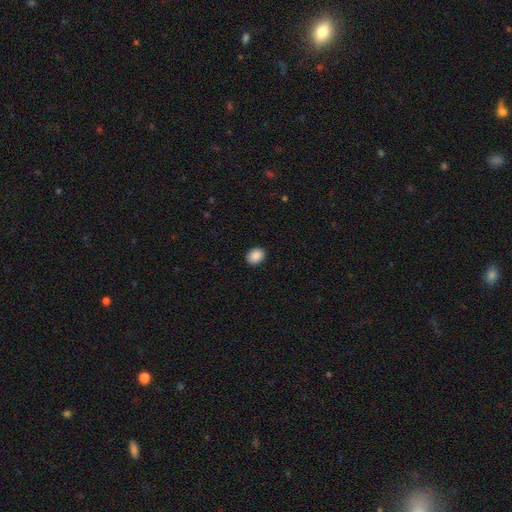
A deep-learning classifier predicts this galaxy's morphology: Smooth or featured?
  - smooth: 89% *
  - star or artifact: 8%
  - featured or disk: 3%
How rounded?
  - in between: 53% *
  - round: 47%
  - cigar-shaped: 1%
Merging?
  - none: 90% *
  - minor disturbance: 7%
  - major disturbance: 2%
  - merger: 1%